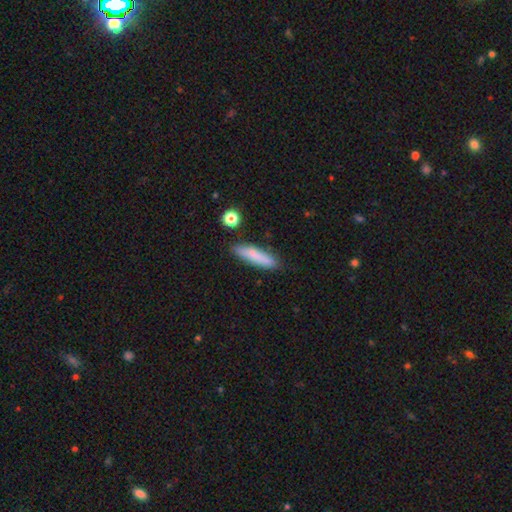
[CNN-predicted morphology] smooth 78%, featured or disk 15%, star or artifact 7%. Down the decision tree: how rounded — cigar-shaped (80%); merging — none (82%).